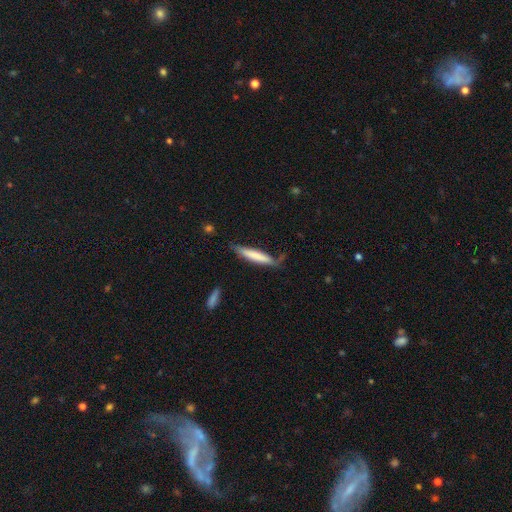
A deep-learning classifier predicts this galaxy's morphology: smooth_or_featured: smooth (p=0.71) [alt: featured or disk p=0.24]
how_rounded: cigar-shaped (p=0.90) [alt: in between p=0.08]
merging: none (p=0.68) [alt: minor disturbance p=0.24]